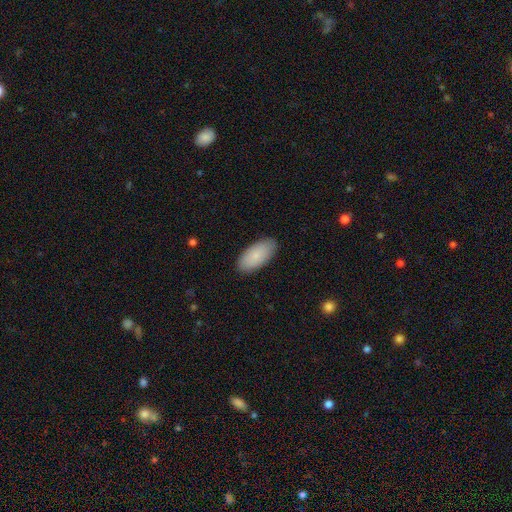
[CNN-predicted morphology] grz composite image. It shows a smooth galaxy with no disk features (85%) that is in between round and cigar-shaped (94%). Merging: none (87%).